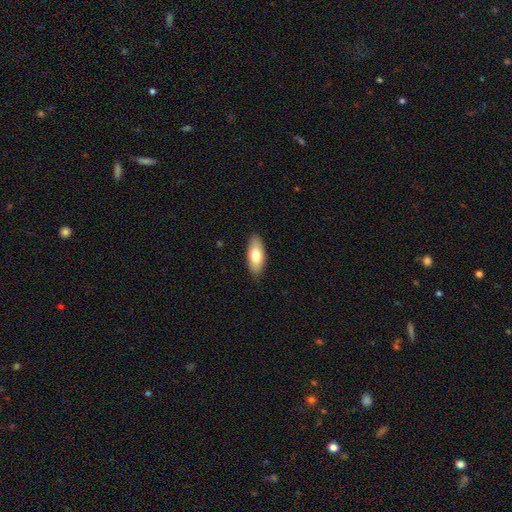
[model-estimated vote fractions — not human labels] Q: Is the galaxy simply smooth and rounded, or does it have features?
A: smooth — 76%.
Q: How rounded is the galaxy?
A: in between — 82%.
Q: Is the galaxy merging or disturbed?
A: none — 87%.